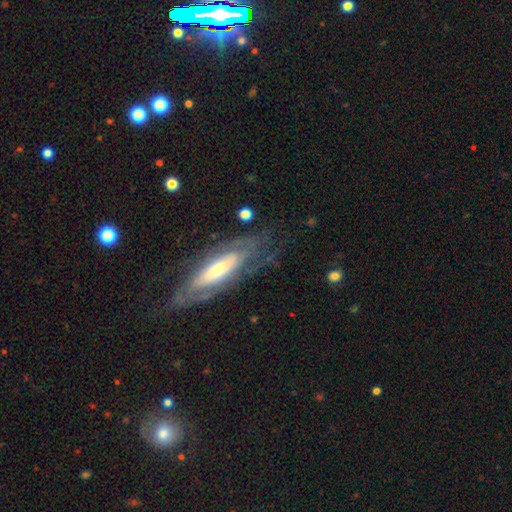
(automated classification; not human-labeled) smooth-or-featured: featured or disk: 75% | smooth: 17% | star or artifact: 8%
  disk-edge-on: no: 57% | yes: 43%
  merging: none: 72% | minor disturbance: 18% | major disturbance: 8% | merger: 2%